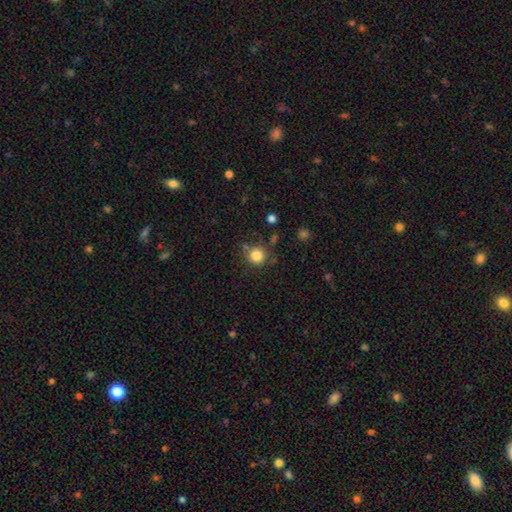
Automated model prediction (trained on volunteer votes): Smooth or featured: smooth — 83% (star or artifact — 12%)
How rounded: round — 93% (in between — 6%)
Merging: none — 79% (minor disturbance — 11%)